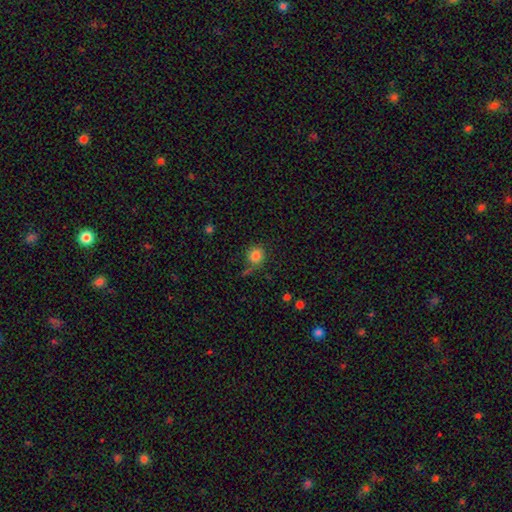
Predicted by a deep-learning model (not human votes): smooth_or_featured: smooth (p=0.83) [alt: star or artifact p=0.11]
how_rounded: round (p=0.86) [alt: in between p=0.13]
merging: none (p=0.70) [alt: minor disturbance p=0.18]